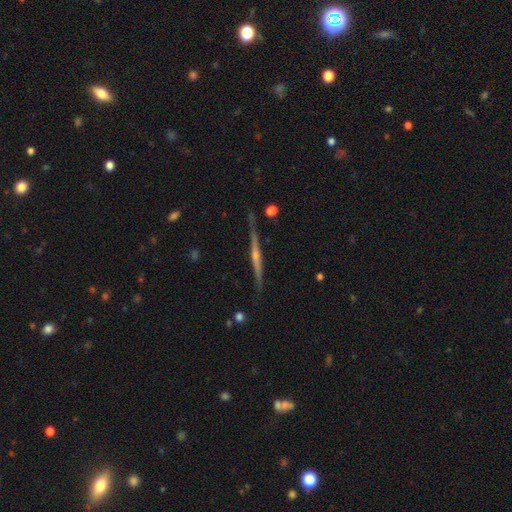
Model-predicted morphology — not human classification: A featured or disk galaxy (79%) viewed edge-on (98%) with a rounded central bulge (68%). Merging: none (85%).